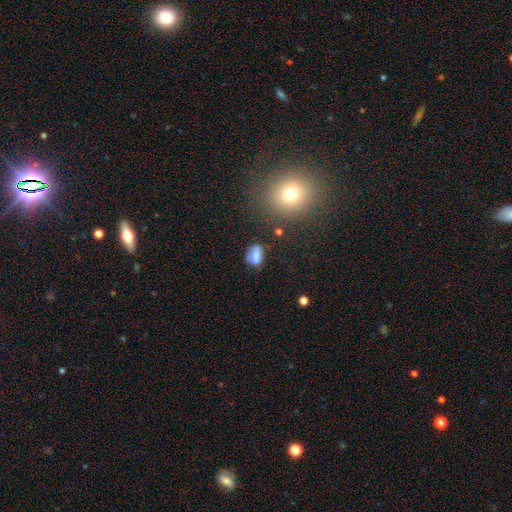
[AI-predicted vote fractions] A smooth galaxy with no disk features (72%) that is in between round and cigar-shaped (80%). Merging: none (54%).